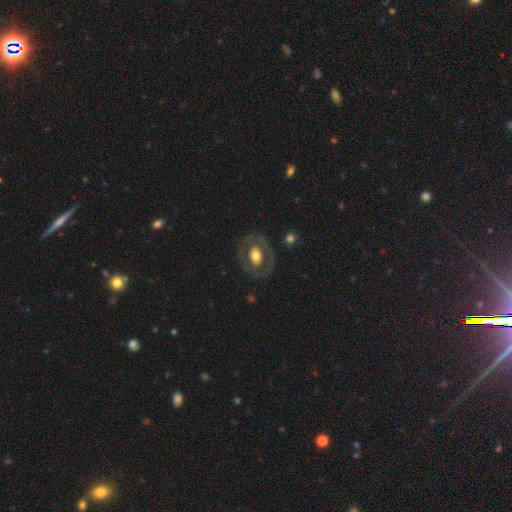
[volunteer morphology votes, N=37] Volunteers were most divided on "smooth or featured": smooth: 49%, featured or disk: 43%, star or artifact: 8%. More confident: merging — none (88%); how rounded — in between (78%).